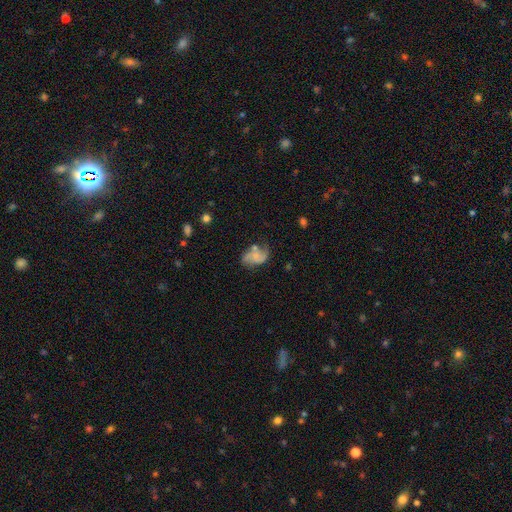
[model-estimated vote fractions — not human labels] The model was most divided on "bulge size": small: 43%, none: 40%, moderate: 14%, large: 2%, dominant: 1%. Remaining: edge-on disk — no (97%); spiral arms — yes (79%); bar — no (69%); smooth or featured — featured or disk (54%); merging — none (47%).